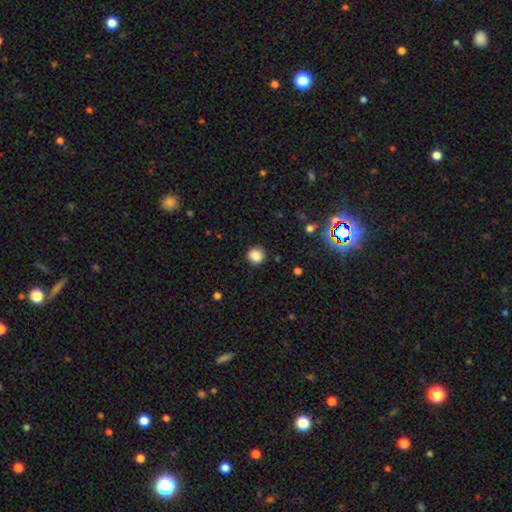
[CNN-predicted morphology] smooth-or-featured: smooth: 86% | star or artifact: 10% | featured or disk: 4%
  how-rounded: round: 91% | in between: 9% | cigar-shaped: 1%
  merging: none: 87% | minor disturbance: 9% | major disturbance: 3% | merger: 1%